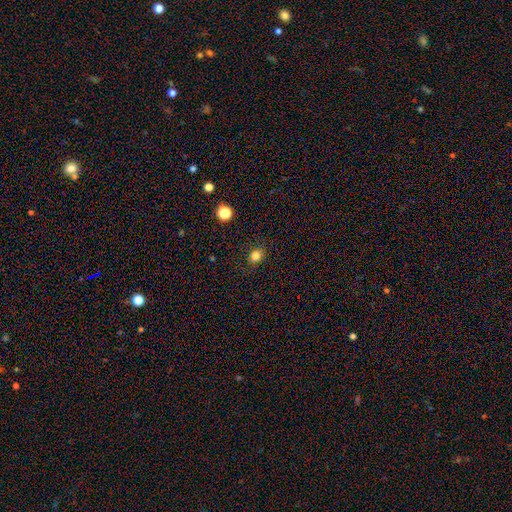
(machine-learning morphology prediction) Smooth or featured? Predicted: smooth (p=0.82). How rounded? Predicted: round (p=0.68). Merging? Predicted: none (p=0.86).